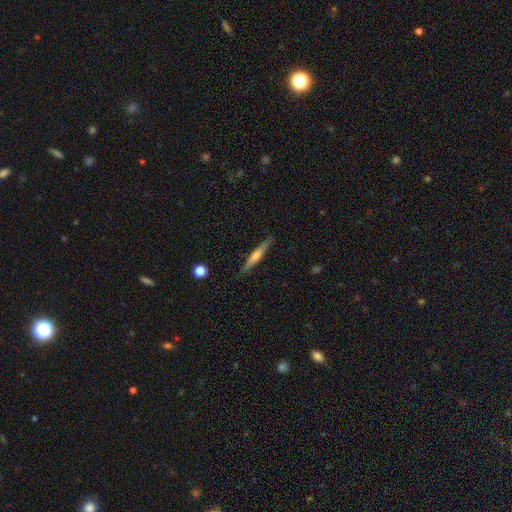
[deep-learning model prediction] smooth-or-featured: featured or disk: 49% | smooth: 45% | star or artifact: 6%
  merging: none: 87% | minor disturbance: 9% | major disturbance: 2% | merger: 1%